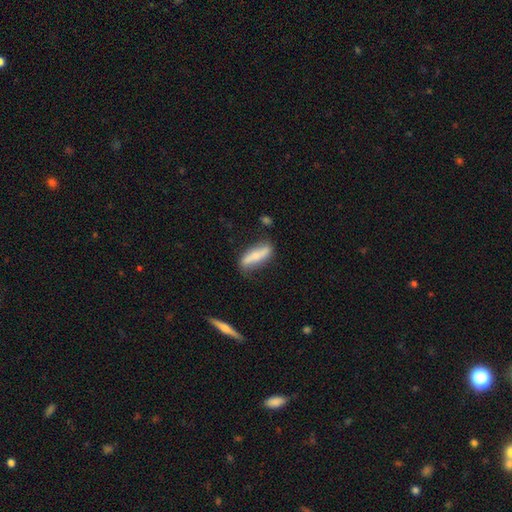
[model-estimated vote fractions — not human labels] A smooth galaxy with no disk features (56%) that is cigar-shaped (63%). Merging: none (72%).